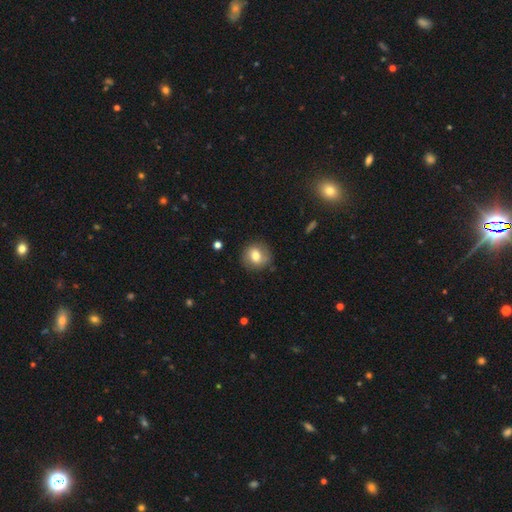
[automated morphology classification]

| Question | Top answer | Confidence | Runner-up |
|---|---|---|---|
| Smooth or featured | smooth | 72% | featured or disk (19%) |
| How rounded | round | 82% | in between (17%) |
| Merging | none | 83% | minor disturbance (12%) |